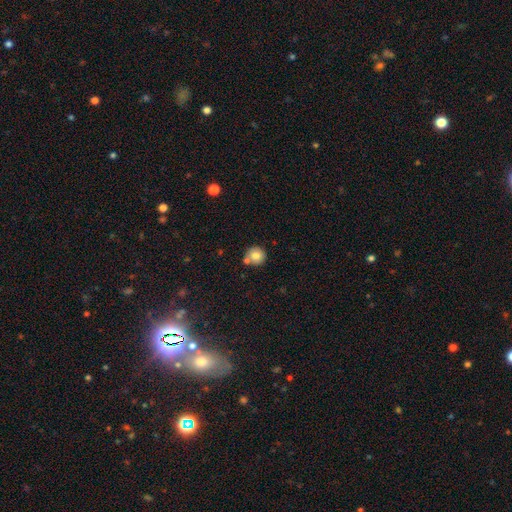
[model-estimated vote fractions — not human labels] This is likely a smooth galaxy (78%). How rounded: clearly round (93%). Merging: likely none (69%).